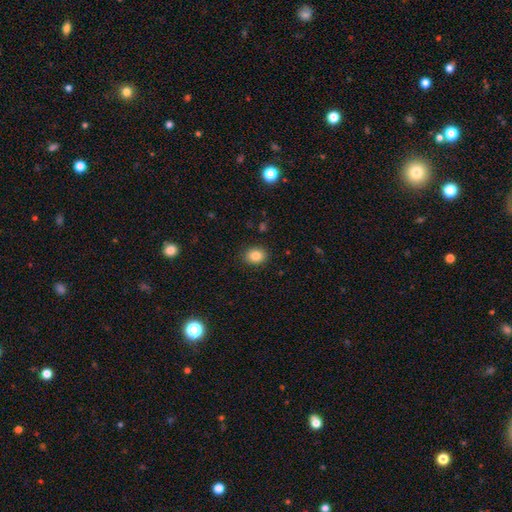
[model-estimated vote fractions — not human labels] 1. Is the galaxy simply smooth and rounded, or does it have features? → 85% smooth, 10% star or artifact, 5% featured or disk.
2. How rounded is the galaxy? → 55% round, 44% in between, 1% cigar-shaped.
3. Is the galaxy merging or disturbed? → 88% none, 8% minor disturbance, 2% major disturbance, 1% merger.